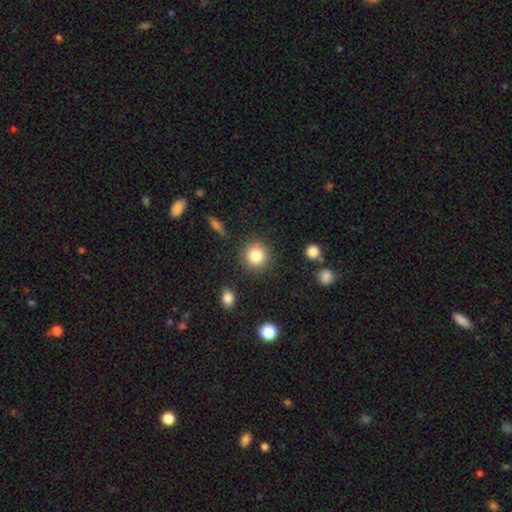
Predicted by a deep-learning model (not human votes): This appears to be a smooth galaxy with no disk features (83%) that is round (92%). Merging: none (87%).